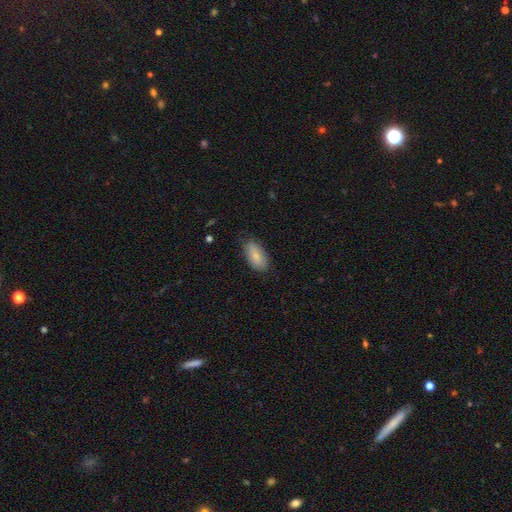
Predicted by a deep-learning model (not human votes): Smooth or featured? smooth (82%)
How rounded? in between (92%)
Merging? none (76%)